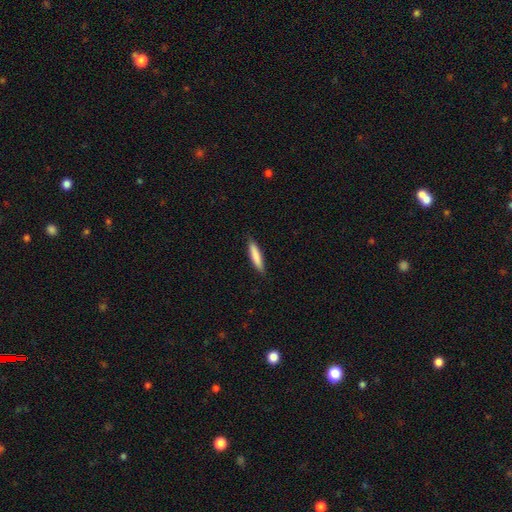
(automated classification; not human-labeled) Smooth or featured: smooth — 84% (featured or disk — 11%)
How rounded: cigar-shaped — 84% (in between — 15%)
Merging: none — 87% (minor disturbance — 10%)